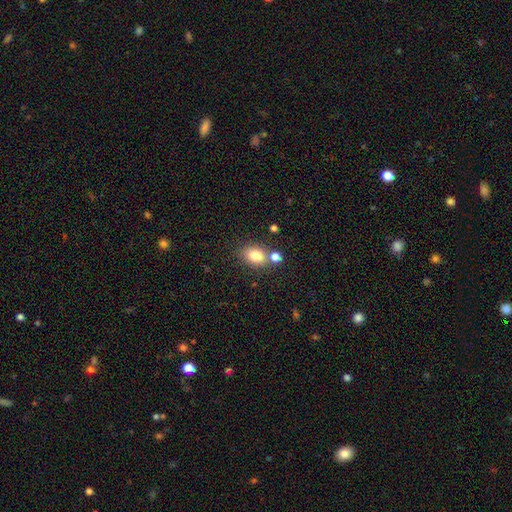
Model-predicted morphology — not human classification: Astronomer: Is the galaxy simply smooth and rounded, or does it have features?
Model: smooth — 79%.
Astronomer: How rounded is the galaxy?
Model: in between — 68%.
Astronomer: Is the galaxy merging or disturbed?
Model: none — 65%.